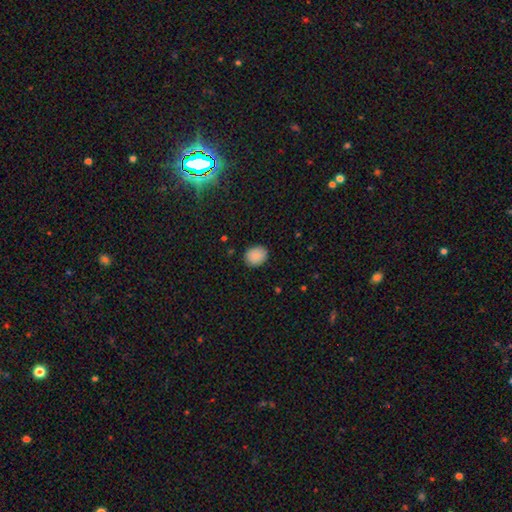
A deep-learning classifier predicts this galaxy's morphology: smooth_or_featured: smooth (p=0.88) [alt: star or artifact p=0.08]
how_rounded: round (p=0.58) [alt: in between p=0.41]
merging: none (p=0.88) [alt: minor disturbance p=0.09]